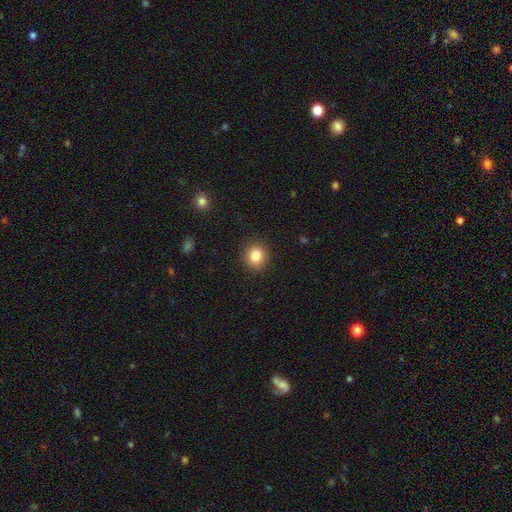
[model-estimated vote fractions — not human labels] Overall: smooth (84%). How rounded: round (86%). Merging: none (89%).